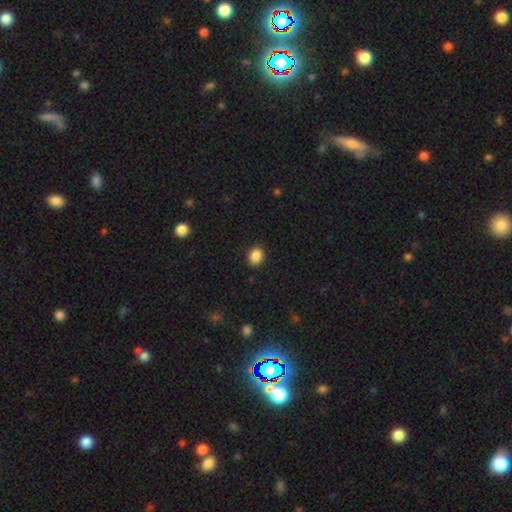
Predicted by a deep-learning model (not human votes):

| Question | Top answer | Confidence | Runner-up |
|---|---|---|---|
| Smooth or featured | smooth | 88% | star or artifact (9%) |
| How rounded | round | 52% | in between (48%) |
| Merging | none | 89% | minor disturbance (8%) |